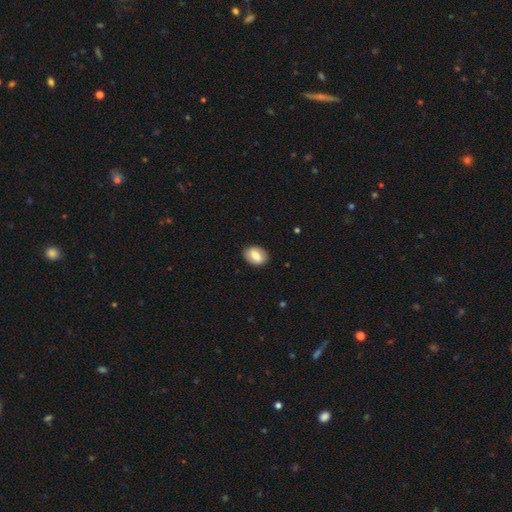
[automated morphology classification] Smooth or featured? Predicted: smooth (p=0.69). How rounded? Predicted: in between (p=0.75). Merging? Predicted: none (p=0.87).